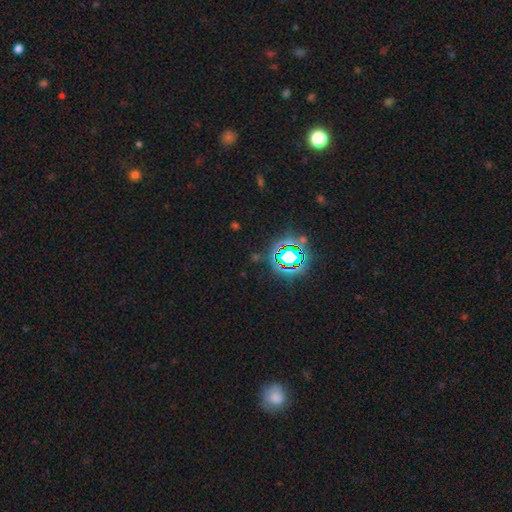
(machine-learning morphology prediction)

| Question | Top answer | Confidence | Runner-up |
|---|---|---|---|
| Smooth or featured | star or artifact | 78% | smooth (14%) |